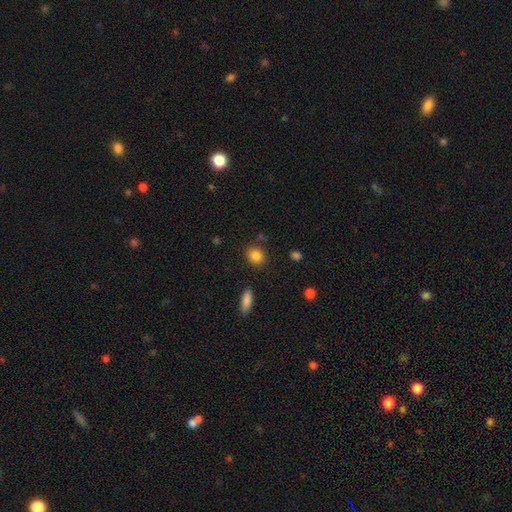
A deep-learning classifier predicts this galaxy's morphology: smooth-or-featured: smooth: 86% | star or artifact: 9% | featured or disk: 5%
  how-rounded: round: 72% | in between: 27% | cigar-shaped: 1%
  merging: none: 84% | minor disturbance: 9% | merger: 4% | major disturbance: 3%